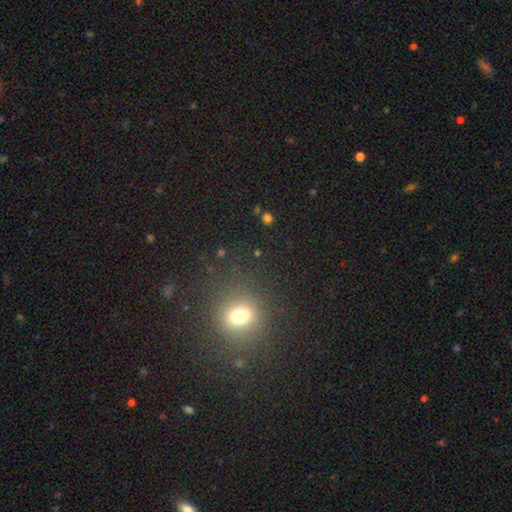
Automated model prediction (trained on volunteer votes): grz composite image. It shows a smooth galaxy with no disk features (56%) that is round (70%). Merging: none (84%).